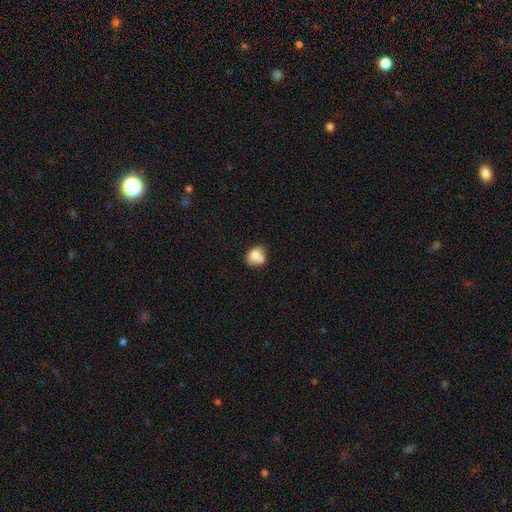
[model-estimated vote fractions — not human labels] A smooth galaxy with no disk features (72%) that is round (55%). Merging: merger (43%).